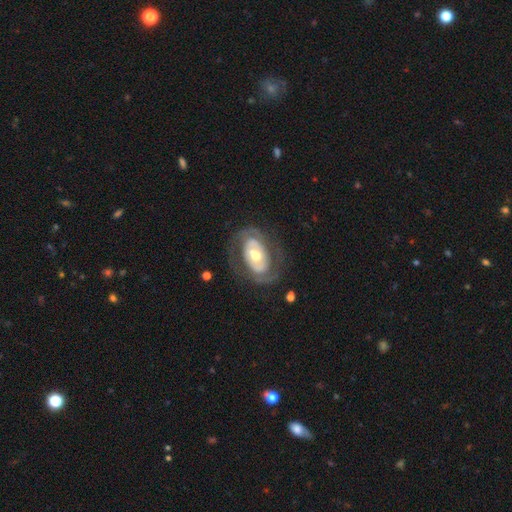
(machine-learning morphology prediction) A featured or disk galaxy (78%) with no bar (52%), 2 (70%) tight (50%) spiral arms (68%) and a moderate central bulge (66%). Merging: none (71%).